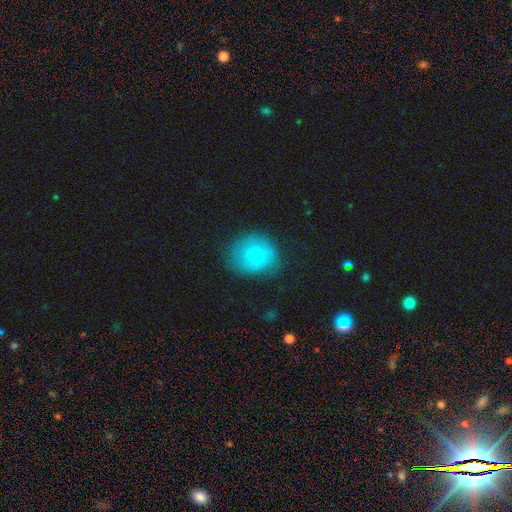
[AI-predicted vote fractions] smooth 66%, featured or disk 26%, star or artifact 8%. Down the decision tree: how rounded — round (62%); merging — none (65%).